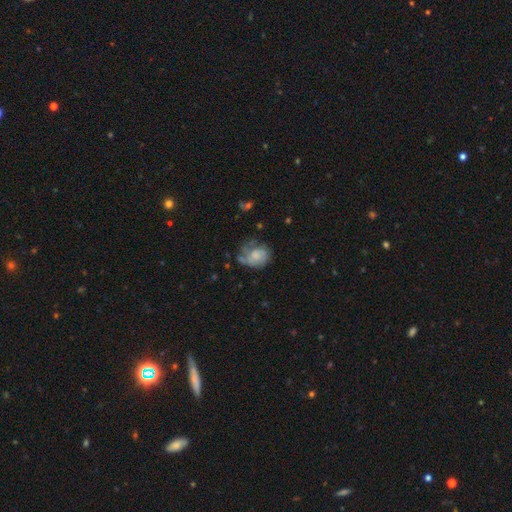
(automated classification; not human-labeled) Smooth or featured? smooth (47%)
Merging? none (45%)